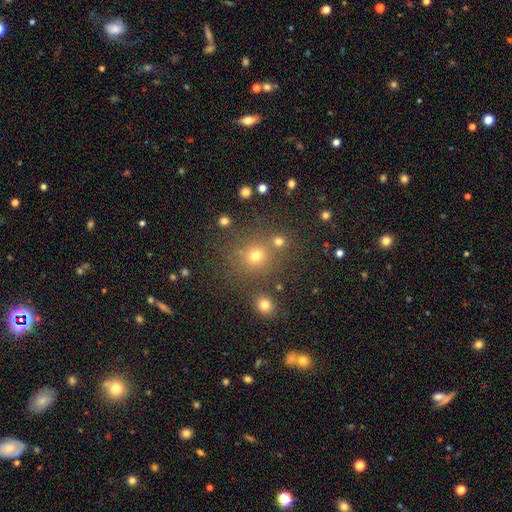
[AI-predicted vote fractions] smooth 68%, star or artifact 24%, featured or disk 8%. Down the decision tree: how rounded — round (89%); merging — none (76%).